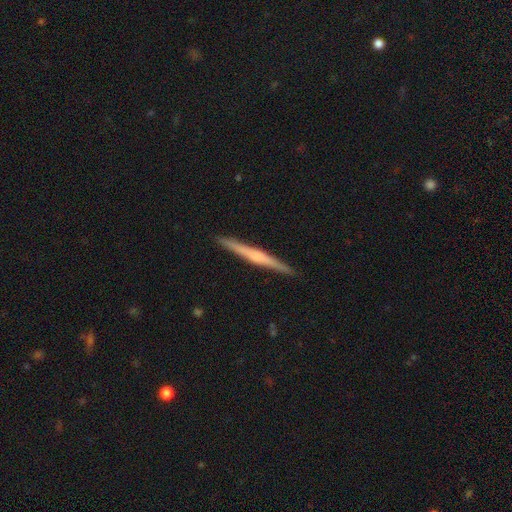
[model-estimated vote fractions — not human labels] The model was most divided on "edge-on bulge": rounded: 50%, none: 32%, boxy: 18%. More confident: edge-on disk — yes (98%); merging — none (92%); smooth or featured — featured or disk (67%).